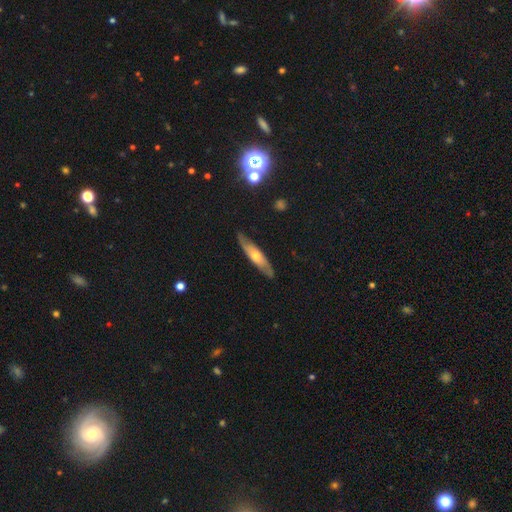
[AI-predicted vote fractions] Q: Smooth or featured?
A: featured or disk (53%); runner-up: smooth (41%)
Q: Edge-on disk?
A: yes (60%); runner-up: no (40%)
Q: Merging?
A: none (82%); runner-up: minor disturbance (14%)